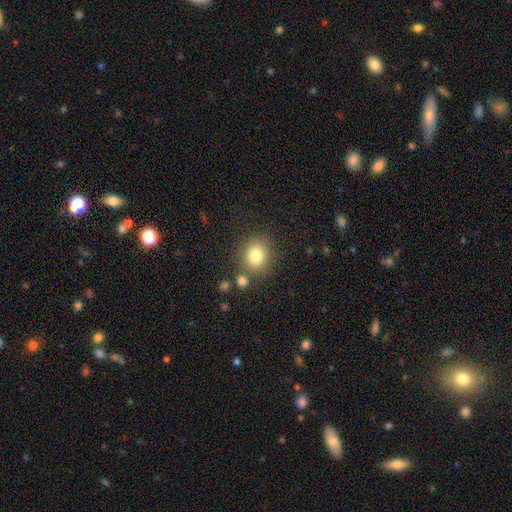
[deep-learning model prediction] A smooth galaxy with no disk features (80%) that is round (76%).

Vote fractions:
- Smooth or featured? smooth: 80% / star or artifact: 11% / featured or disk: 8%
- How rounded? round: 76% / in between: 23% / cigar-shaped: 1%
- Merging? none: 78% / minor disturbance: 11% / merger: 8% / major disturbance: 4%